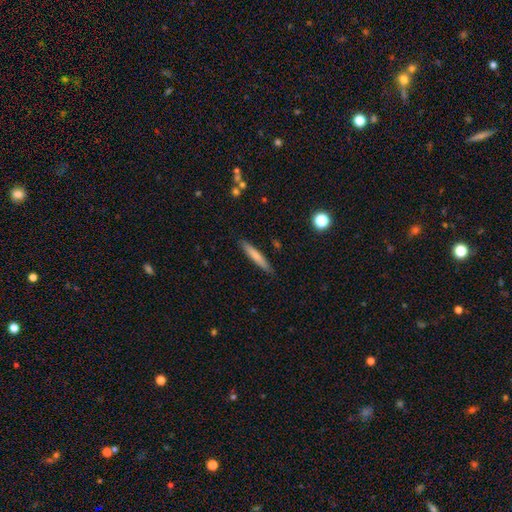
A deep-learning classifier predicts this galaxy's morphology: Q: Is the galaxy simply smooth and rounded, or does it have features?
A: smooth — 71%.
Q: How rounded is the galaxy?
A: cigar-shaped — 93%.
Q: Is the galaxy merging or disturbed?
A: none — 88%.